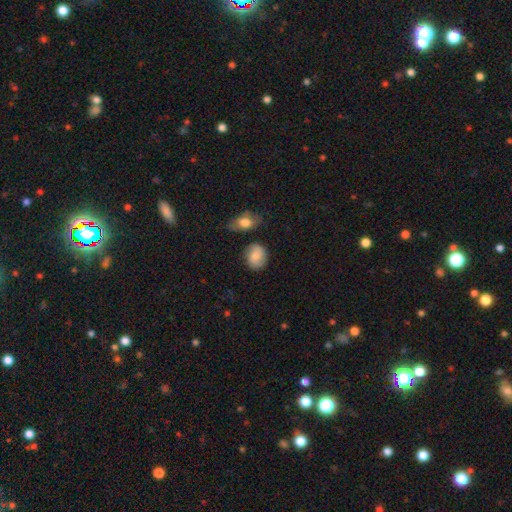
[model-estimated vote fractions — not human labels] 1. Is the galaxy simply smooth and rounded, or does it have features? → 67% smooth, 25% featured or disk, 8% star or artifact.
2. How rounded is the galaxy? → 64% round, 35% in between, 1% cigar-shaped.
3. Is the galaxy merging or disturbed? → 74% none, 17% minor disturbance, 5% merger, 4% major disturbance.